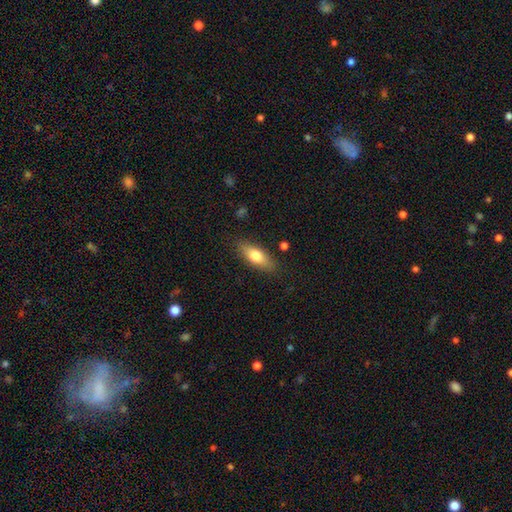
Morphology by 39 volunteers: A smooth galaxy with no disk features (74%) that is in between round and cigar-shaped (76%). Merging: none (87%).